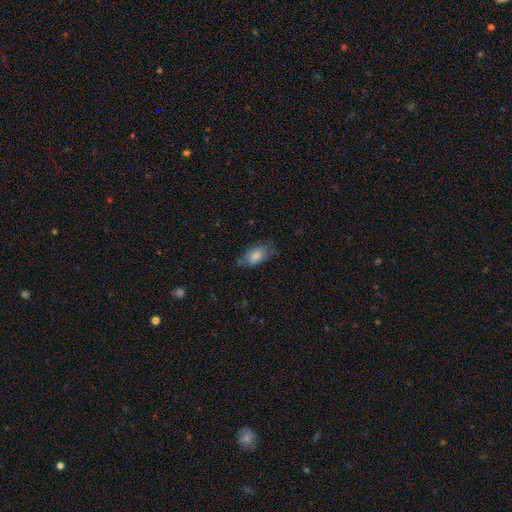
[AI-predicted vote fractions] Morphology: type=smooth (76%); roundness=in between (89%); merging=none (62%).